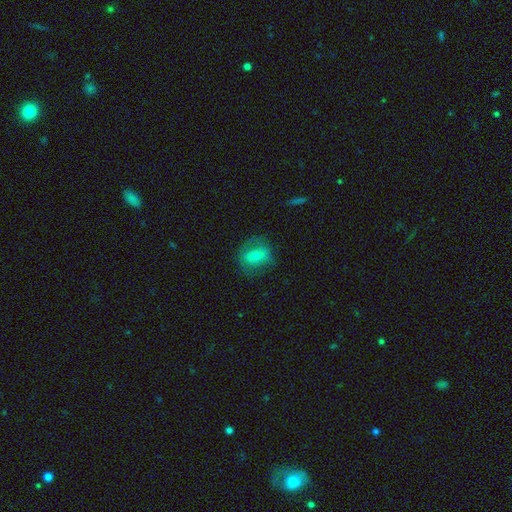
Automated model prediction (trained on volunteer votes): smooth 53%, featured or disk 38%, star or artifact 9%. Down the decision tree: how rounded — round (51%); merging — none (70%).